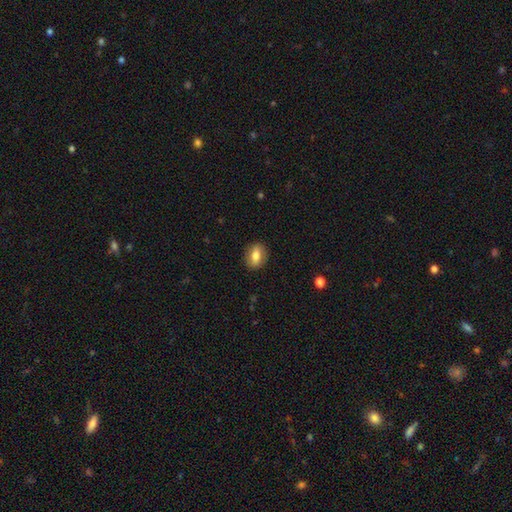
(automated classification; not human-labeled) A smooth galaxy with no disk features (74%) that is in between round and cigar-shaped (72%). Merging: none (88%).